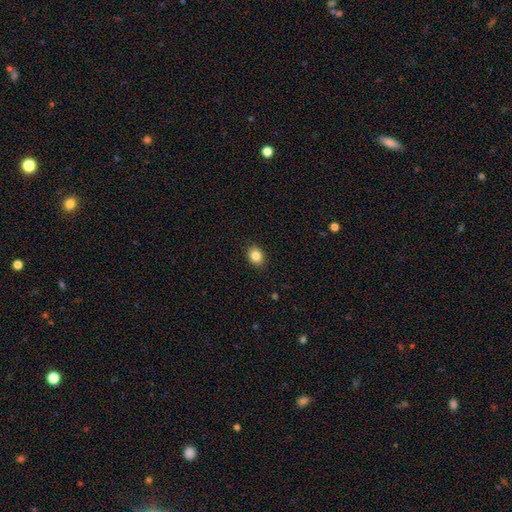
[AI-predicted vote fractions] Smooth or featured: smooth — 85% (star or artifact — 9%)
How rounded: in between — 58% (round — 42%)
Merging: none — 89% (minor disturbance — 8%)